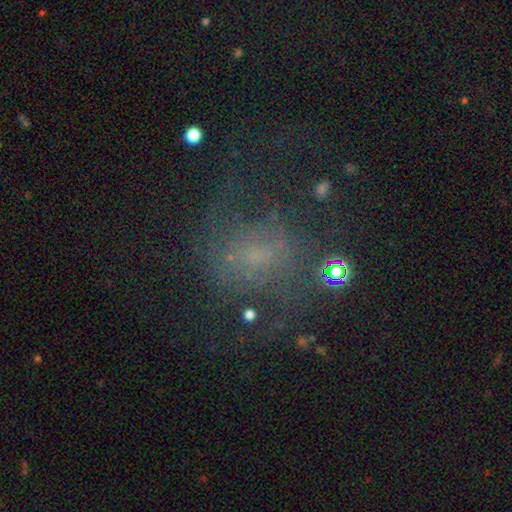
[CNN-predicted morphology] type=featured or disk (48%); merging=none (50%).